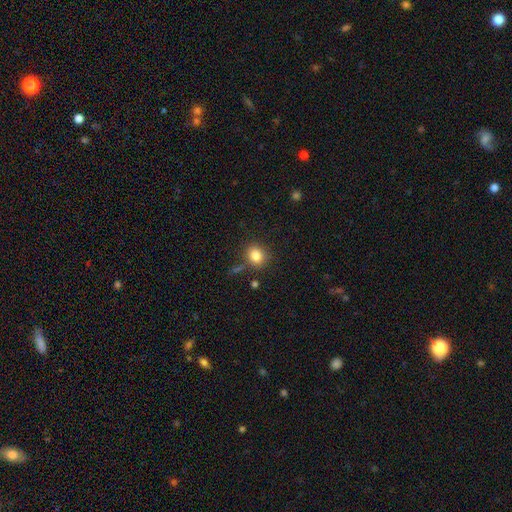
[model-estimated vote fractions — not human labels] smooth-or-featured: smooth: 83% | star or artifact: 11% | featured or disk: 6%
  how-rounded: round: 74% | in between: 25% | cigar-shaped: 1%
  merging: none: 79% | minor disturbance: 11% | merger: 6% | major disturbance: 4%